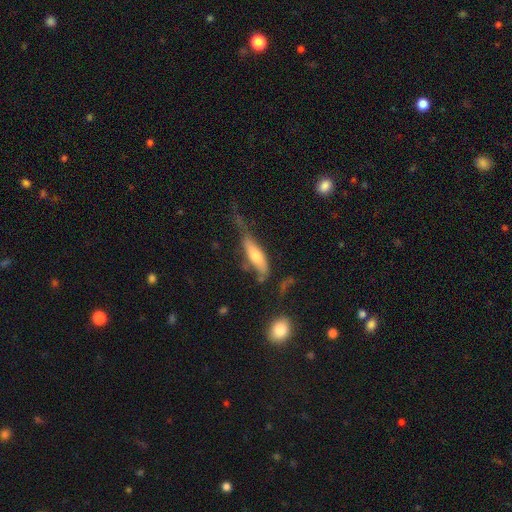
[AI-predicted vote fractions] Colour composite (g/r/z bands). It shows a smooth galaxy with no disk features (51%) that is cigar-shaped (62%). Merging: none (34%).